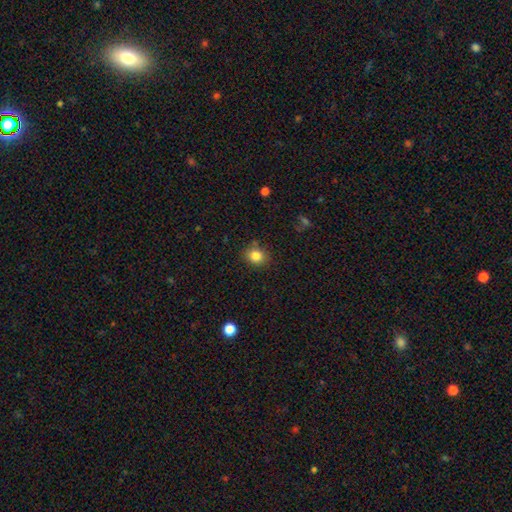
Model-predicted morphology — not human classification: Q: Smooth or featured?
A: smooth (83%); runner-up: star or artifact (11%)
Q: How rounded?
A: round (74%); runner-up: in between (25%)
Q: Merging?
A: none (83%); runner-up: minor disturbance (11%)